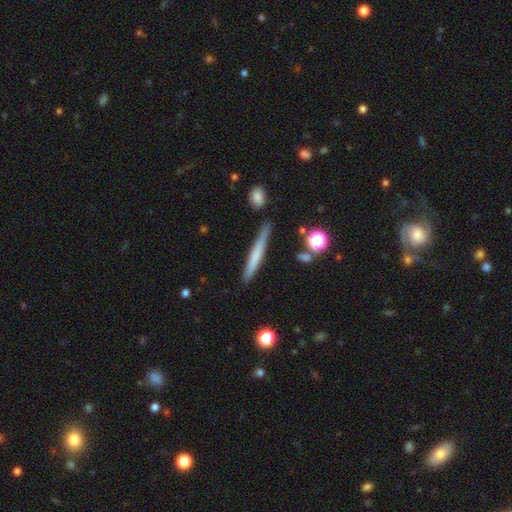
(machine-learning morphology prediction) Overall: smooth (59%; featured or disk 34%). How rounded: cigar-shaped (95%). Merging: none (84%).